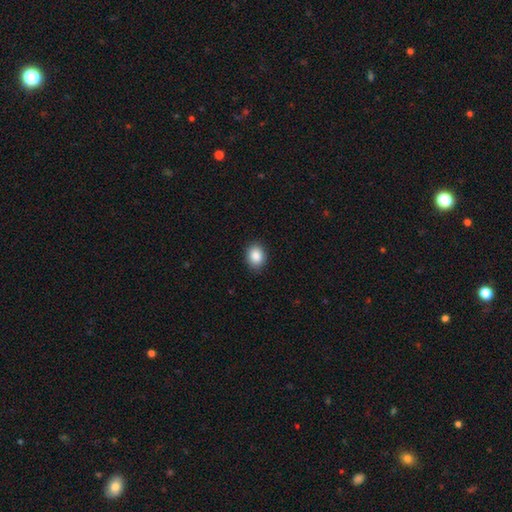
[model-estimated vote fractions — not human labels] Smooth or featured: smooth — 88% (star or artifact — 8%)
How rounded: round — 50% (in between — 49%)
Merging: none — 88% (minor disturbance — 9%)